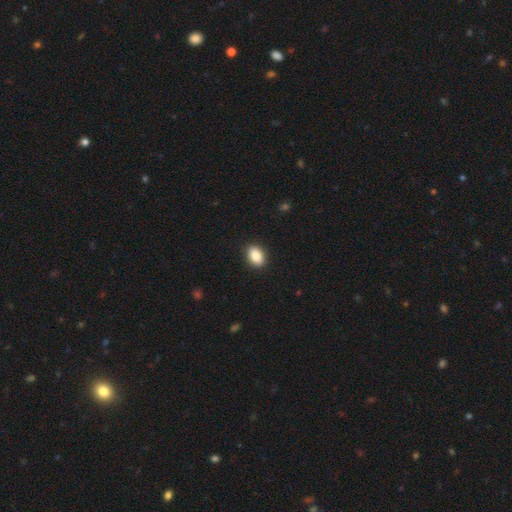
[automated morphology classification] Smooth or featured? smooth (87%)
How rounded? in between (86%)
Merging? none (90%)